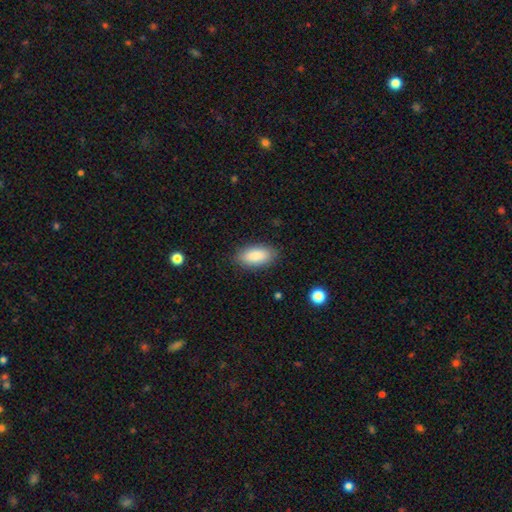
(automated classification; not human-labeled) Q: Smooth or featured?
A: smooth (88%); runner-up: star or artifact (6%)
Q: How rounded?
A: in between (91%); runner-up: cigar-shaped (6%)
Q: Merging?
A: none (86%); runner-up: minor disturbance (11%)